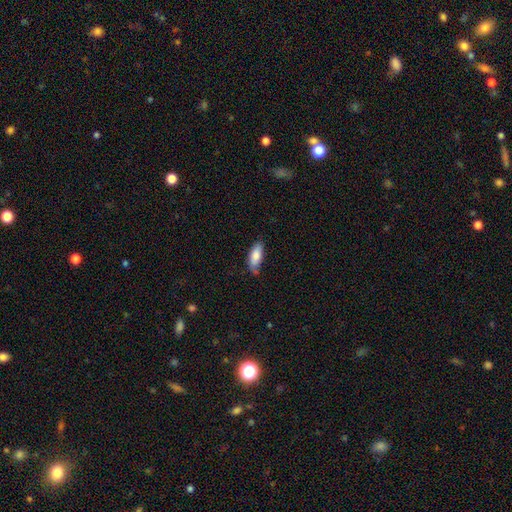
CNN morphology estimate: smooth 81%, featured or disk 13%, star or artifact 6%. Down the decision tree: how rounded — in between (78%); merging — none (59%).